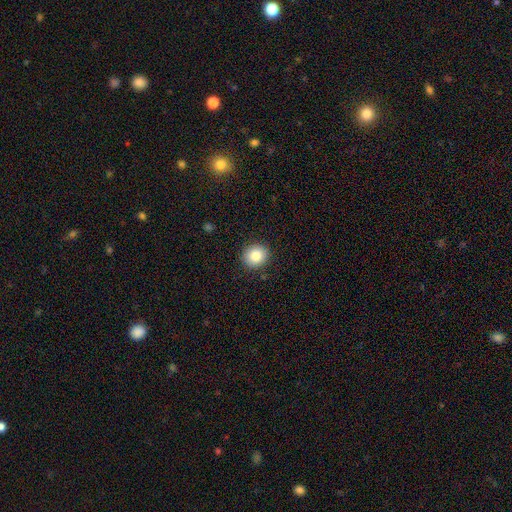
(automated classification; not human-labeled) A smooth galaxy with no disk features (84%) that is round (83%).

Vote fractions:
- Smooth or featured? smooth: 84% / star or artifact: 9% / featured or disk: 7%
- How rounded? round: 83% / in between: 16% / cigar-shaped: 1%
- Merging? none: 90% / minor disturbance: 7% / major disturbance: 2% / merger: 1%